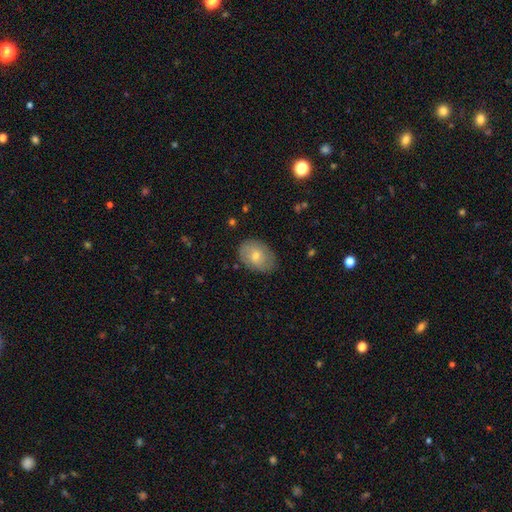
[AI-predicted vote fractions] This appears to be a smooth galaxy with no disk features (62%) that is in between round and cigar-shaped (79%). Merging: none (81%).